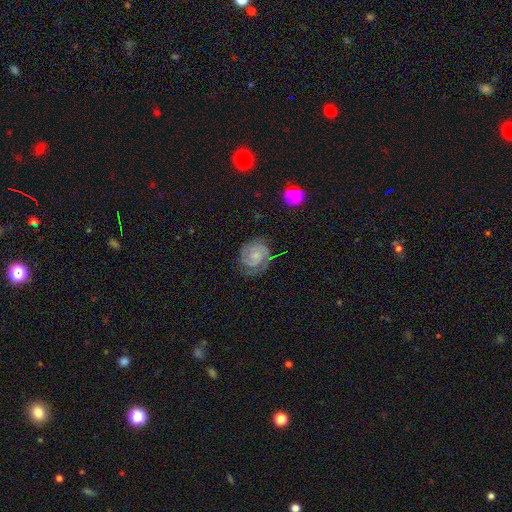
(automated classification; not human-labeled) Smooth or featured? Predicted: featured or disk (p=0.78). Edge-on disk? Predicted: no (p=0.98). Bar? Predicted: no (p=0.58). Spiral arms? Predicted: yes (p=0.96). Spiral winding? Predicted: tight (p=0.59). Spiral arm count? Predicted: 2 (p=0.70). Bulge size? Predicted: small (p=0.44). Merging? Predicted: none (p=0.73).